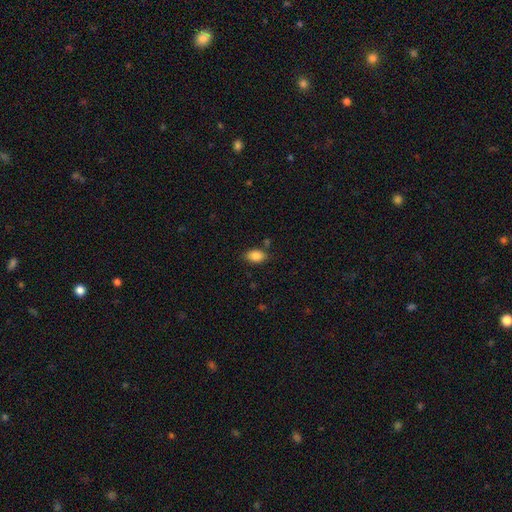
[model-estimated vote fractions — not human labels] smooth 86%, star or artifact 8%, featured or disk 6%. Down the decision tree: how rounded — in between (87%); merging — none (77%).